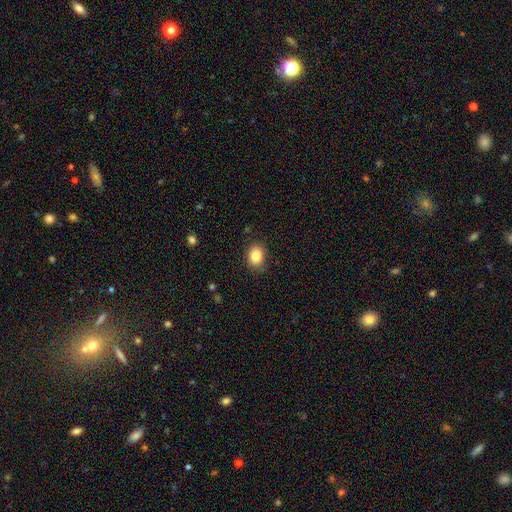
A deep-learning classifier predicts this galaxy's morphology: Q: Smooth or featured?
A: smooth (85%); runner-up: star or artifact (9%)
Q: How rounded?
A: in between (57%); runner-up: round (42%)
Q: Merging?
A: none (85%); runner-up: minor disturbance (11%)